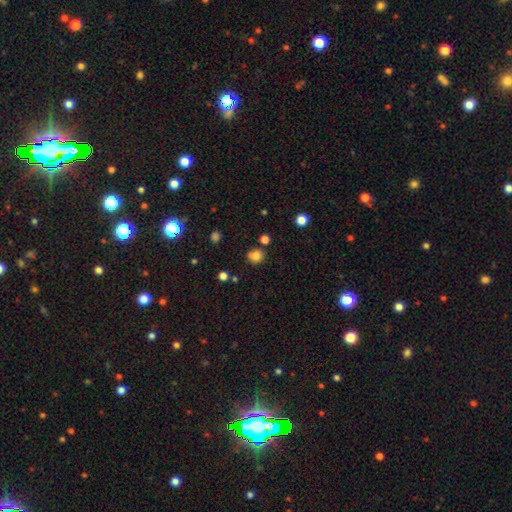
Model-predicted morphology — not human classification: Smooth or featured? Predicted: smooth (p=0.76). How rounded? Predicted: round (p=0.84). Merging? Predicted: none (p=0.66).